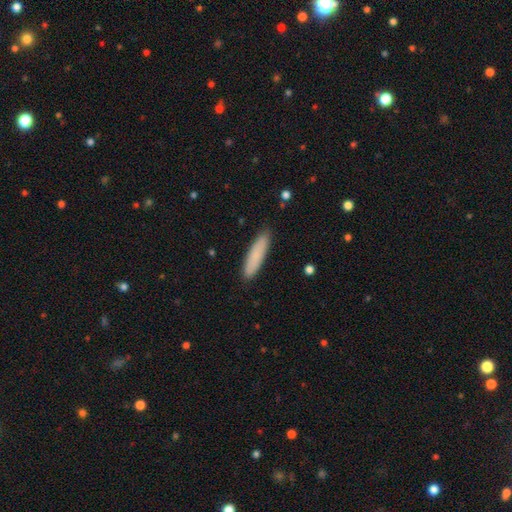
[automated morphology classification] Smooth or featured: smooth — 83% (featured or disk — 11%)
How rounded: cigar-shaped — 76% (in between — 23%)
Merging: none — 88% (minor disturbance — 9%)